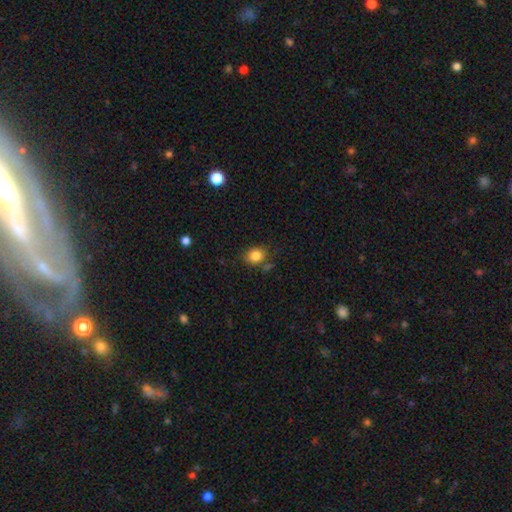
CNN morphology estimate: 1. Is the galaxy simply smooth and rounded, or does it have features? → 84% smooth, 10% star or artifact, 6% featured or disk.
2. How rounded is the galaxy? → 59% round, 40% in between, 1% cigar-shaped.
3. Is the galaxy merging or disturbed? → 74% none, 15% minor disturbance, 7% merger, 4% major disturbance.